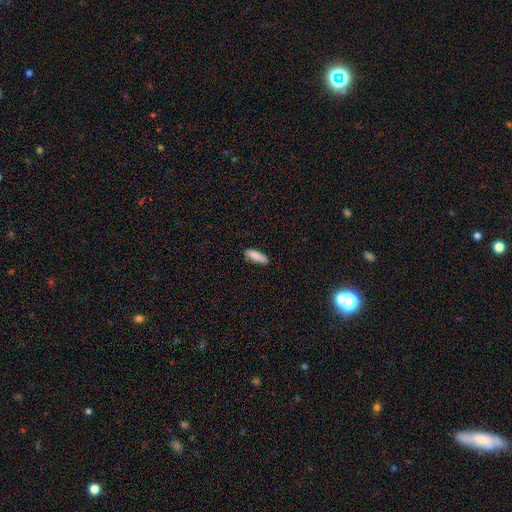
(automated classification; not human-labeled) Smooth or featured? smooth (86%)
How rounded? cigar-shaped (56%)
Merging? none (82%)